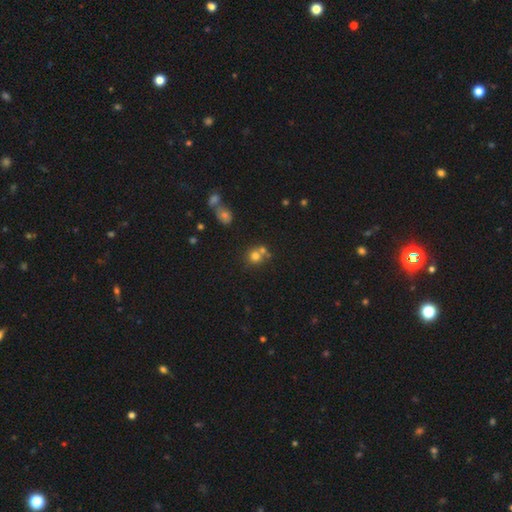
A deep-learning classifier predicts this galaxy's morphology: Smooth or featured: smooth — 72% (star or artifact — 16%)
How rounded: round — 86% (in between — 13%)
Merging: none — 53% (merger — 35%)